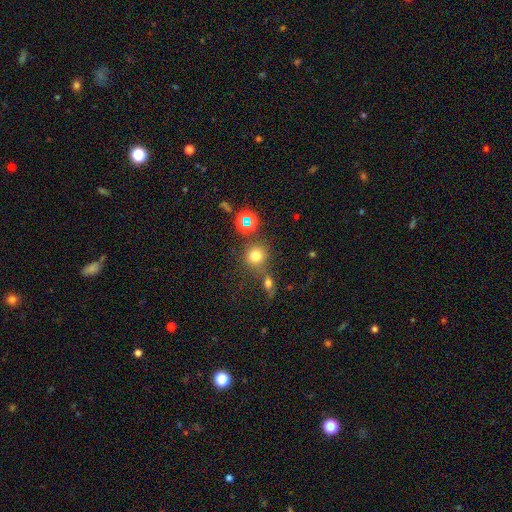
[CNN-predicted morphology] Smooth or featured? Predicted: smooth (p=0.71). How rounded? Predicted: round (p=0.91). Merging? Predicted: none (p=0.70).